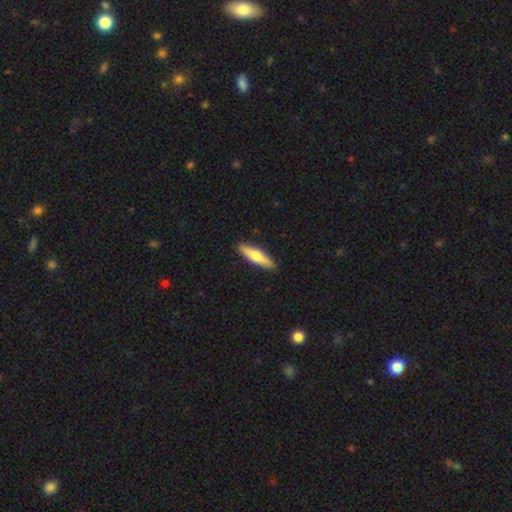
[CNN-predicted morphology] The model was most divided on "smooth or featured": smooth: 58%, featured or disk: 36%, star or artifact: 5%. More confident: merging — none (90%); how rounded — cigar-shaped (72%).